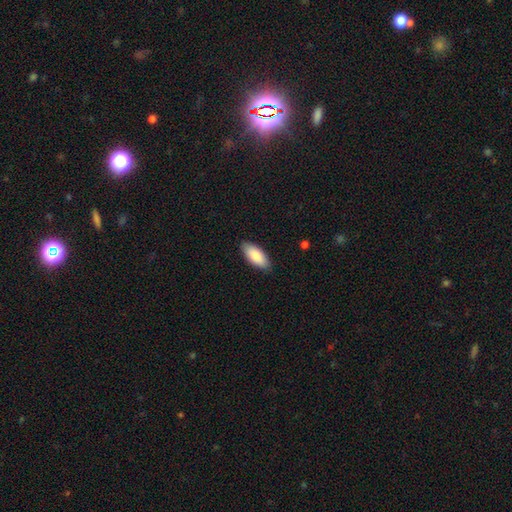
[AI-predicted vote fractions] A smooth galaxy with no disk features (85%) that is in between round and cigar-shaped (88%).

Vote fractions:
- Smooth or featured? smooth: 85% / featured or disk: 9% / star or artifact: 6%
- How rounded? in between: 88% / cigar-shaped: 11% / round: 2%
- Merging? none: 87% / minor disturbance: 10% / major disturbance: 2% / merger: 1%